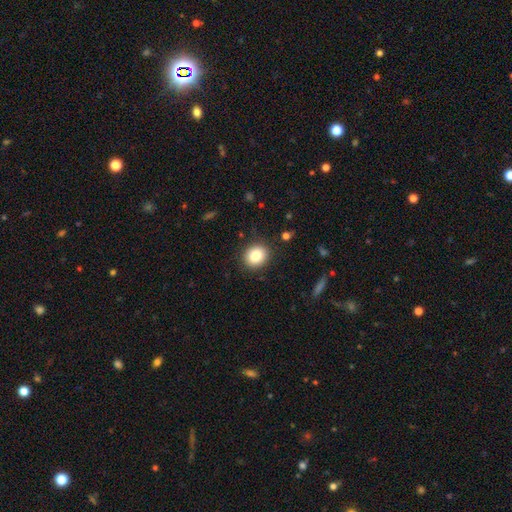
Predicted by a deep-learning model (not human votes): smooth-or-featured: smooth: 84% | star or artifact: 9% | featured or disk: 7%
  how-rounded: round: 67% | in between: 32% | cigar-shaped: 1%
  merging: none: 88% | minor disturbance: 8% | major disturbance: 3% | merger: 1%